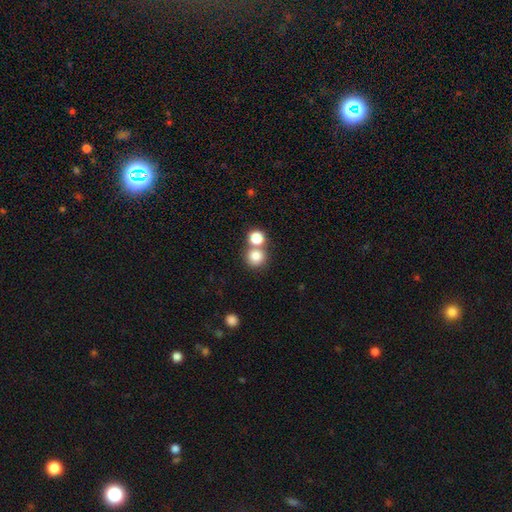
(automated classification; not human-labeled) Smooth or featured? smooth (80%)
How rounded? round (89%)
Merging? none (53%)